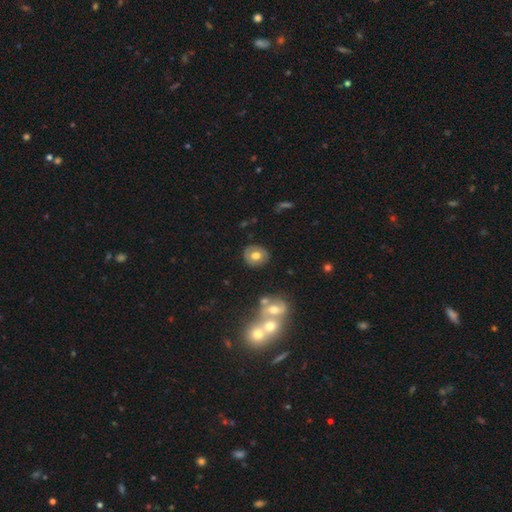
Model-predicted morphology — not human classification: This is likely a smooth galaxy (64%). How rounded: likely round (75%). Merging: clearly none (83%).